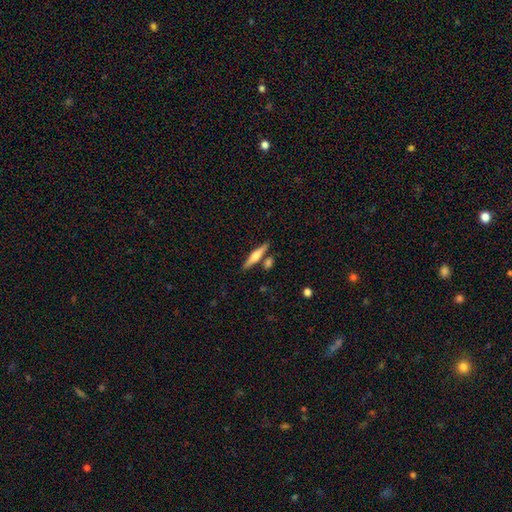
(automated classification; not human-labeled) Q: Smooth or featured?
A: featured or disk (53%); runner-up: smooth (40%)
Q: Edge-on disk?
A: yes (96%); runner-up: no (4%)
Q: Edge-on bulge?
A: rounded (85%); runner-up: boxy (9%)
Q: Merging?
A: none (79%); runner-up: merger (10%)